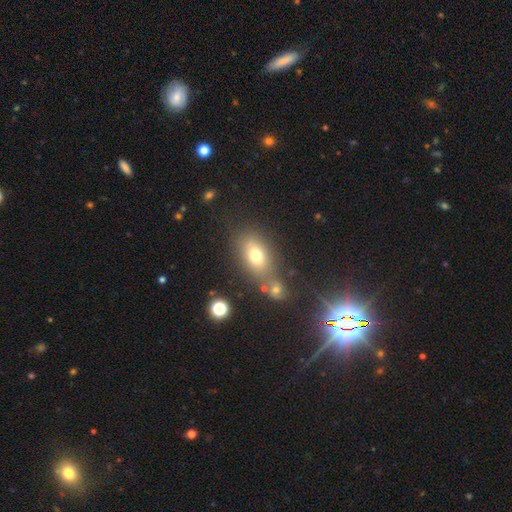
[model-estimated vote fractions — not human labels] Smooth or featured?
  - smooth: 72% *
  - featured or disk: 14%
  - star or artifact: 14%
How rounded?
  - in between: 78% *
  - round: 19%
  - cigar-shaped: 3%
Merging?
  - none: 58% *
  - merger: 21%
  - minor disturbance: 14%
  - major disturbance: 7%